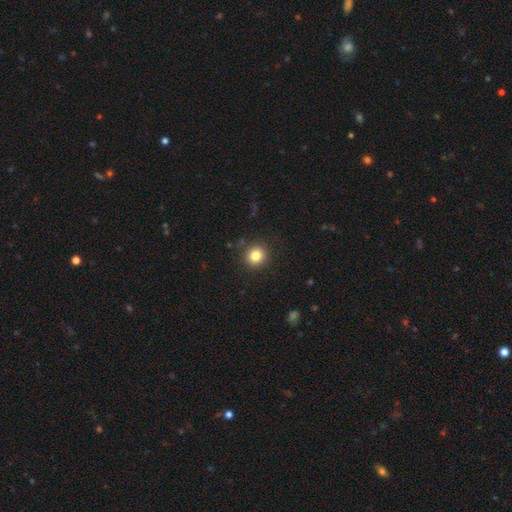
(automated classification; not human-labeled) smooth-or-featured: smooth: 82% | star or artifact: 12% | featured or disk: 6%
  how-rounded: round: 91% | in between: 8% | cigar-shaped: 1%
  merging: none: 90% | minor disturbance: 7% | major disturbance: 2% | merger: 1%